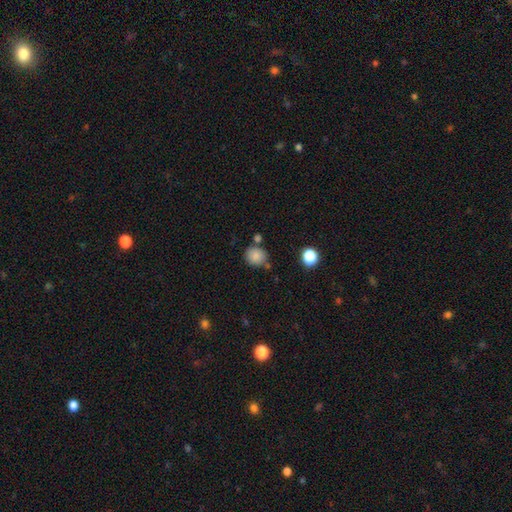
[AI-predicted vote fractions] smooth-or-featured: smooth: 85% | star or artifact: 10% | featured or disk: 5%
  how-rounded: round: 79% | in between: 20% | cigar-shaped: 1%
  merging: none: 71% | minor disturbance: 14% | merger: 11% | major disturbance: 4%